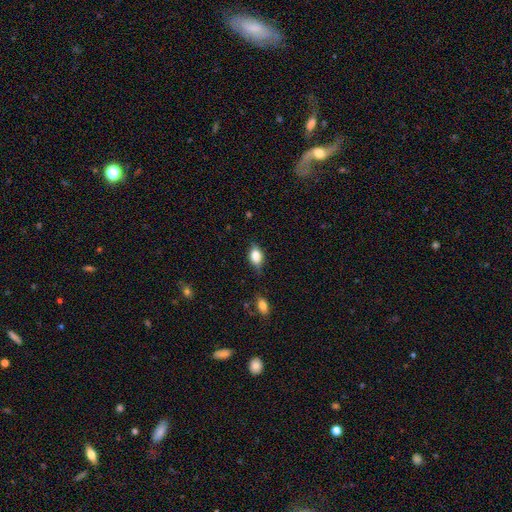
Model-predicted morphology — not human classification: Smooth or featured? Predicted: smooth (p=0.79). How rounded? Predicted: in between (p=0.80). Merging? Predicted: none (p=0.64).